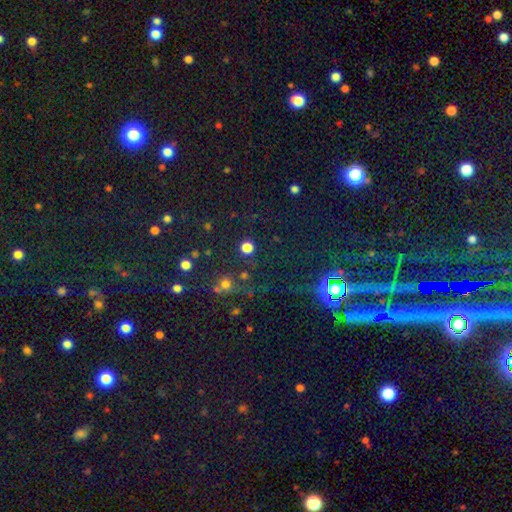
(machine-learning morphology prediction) Smooth or featured?
  - star or artifact: 75% *
  - smooth: 16%
  - featured or disk: 9%